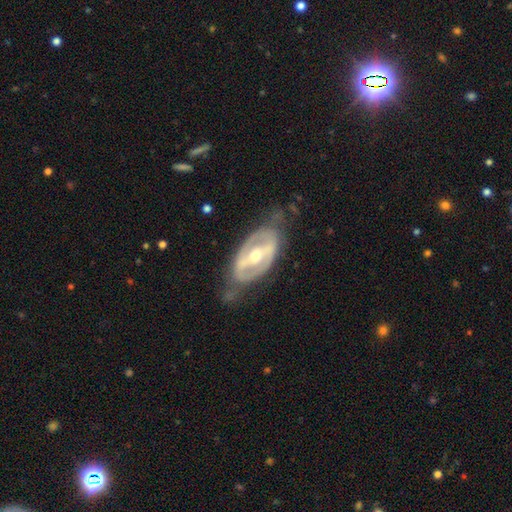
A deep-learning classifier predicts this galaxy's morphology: Smooth or featured? Predicted: featured or disk (p=0.80). Edge-on disk? Predicted: no (p=0.92). Bar? Predicted: strong (p=0.53). Spiral arms? Predicted: yes (p=0.53). Bulge size? Predicted: moderate (p=0.65). Merging? Predicted: none (p=0.61).